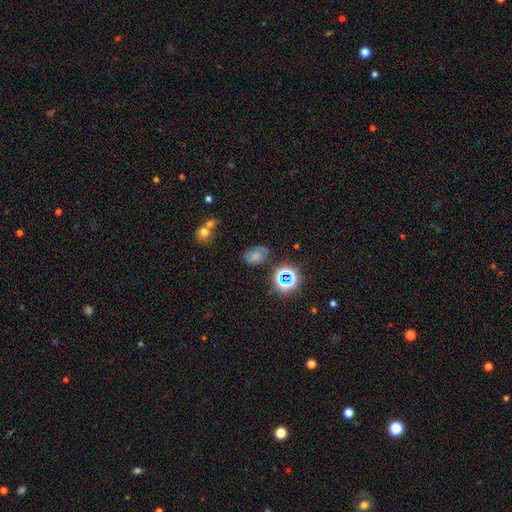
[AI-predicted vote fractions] Q: Smooth or featured?
A: smooth (63%); runner-up: star or artifact (24%)
Q: How rounded?
A: in between (79%); runner-up: round (20%)
Q: Merging?
A: none (64%); runner-up: minor disturbance (23%)